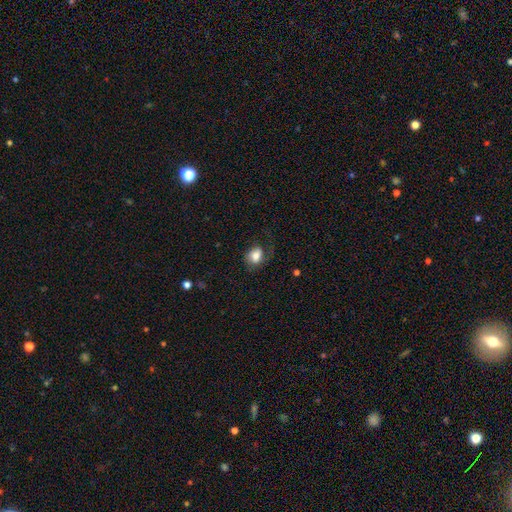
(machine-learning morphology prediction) smooth 72%, featured or disk 19%, star or artifact 9%. Down the decision tree: how rounded — in between (66%); merging — none (50%).